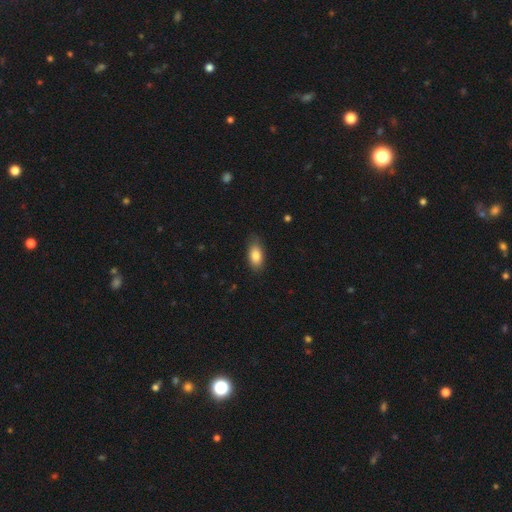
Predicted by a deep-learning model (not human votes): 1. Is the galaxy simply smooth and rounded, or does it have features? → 83% smooth, 10% featured or disk, 7% star or artifact.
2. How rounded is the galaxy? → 89% in between, 6% cigar-shaped, 4% round.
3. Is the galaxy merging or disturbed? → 78% none, 18% minor disturbance, 3% major disturbance, 1% merger.